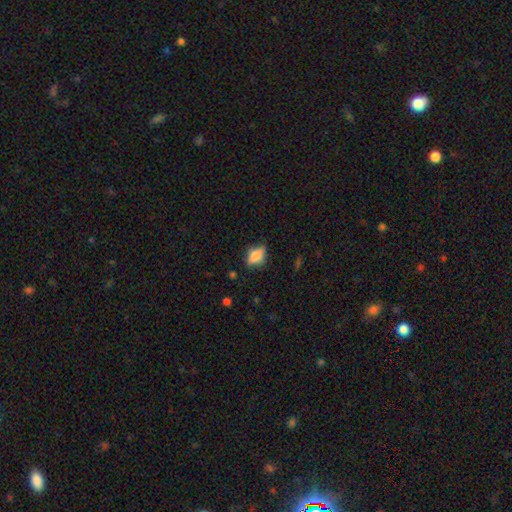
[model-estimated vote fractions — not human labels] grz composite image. It shows a smooth galaxy with no disk features (68%) that is in between round and cigar-shaped (77%). Merging: none (70%).